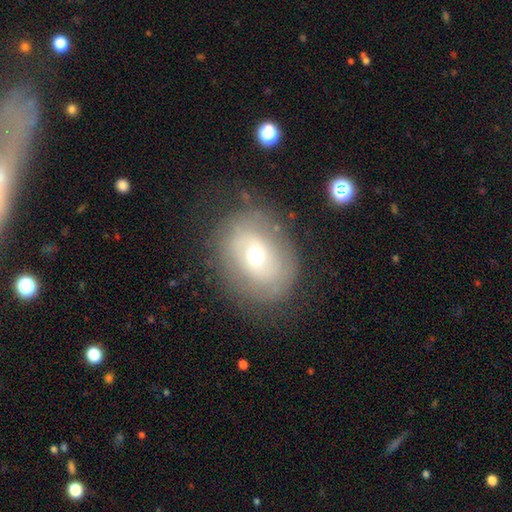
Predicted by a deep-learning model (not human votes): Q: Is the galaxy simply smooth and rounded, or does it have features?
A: featured or disk — 46%.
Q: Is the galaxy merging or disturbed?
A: none — 70%.